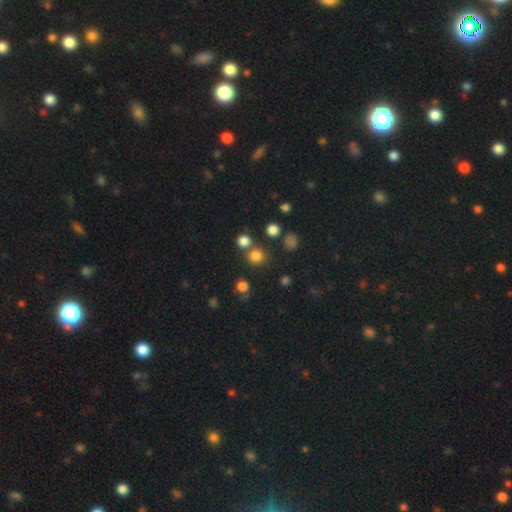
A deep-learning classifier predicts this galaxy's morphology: A smooth galaxy with no disk features (77%) that is round (90%). Merging: none (71%).